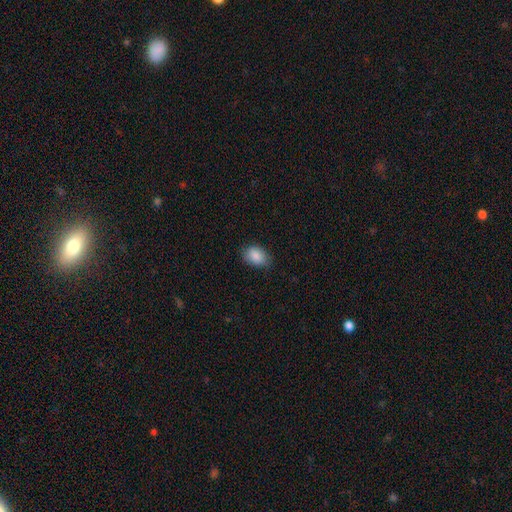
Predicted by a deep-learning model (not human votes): A smooth galaxy with no disk features (87%) that is in between round and cigar-shaped (81%).

Vote fractions:
- Smooth or featured? smooth: 87% / star or artifact: 7% / featured or disk: 5%
- How rounded? in between: 81% / round: 18% / cigar-shaped: 1%
- Merging? none: 80% / minor disturbance: 16% / major disturbance: 3% / merger: 1%